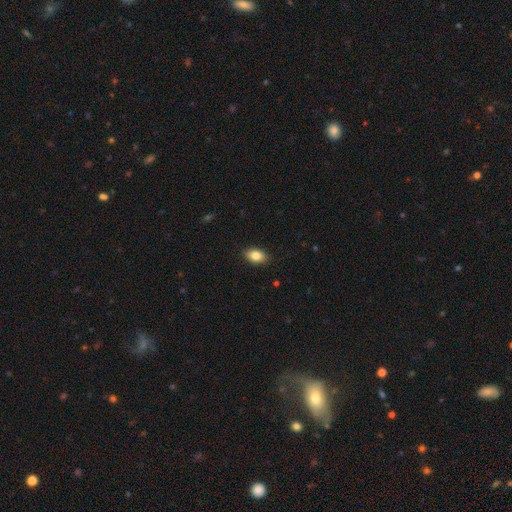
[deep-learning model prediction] Overall: smooth (83%). How rounded: in between (89%). Merging: none (88%).